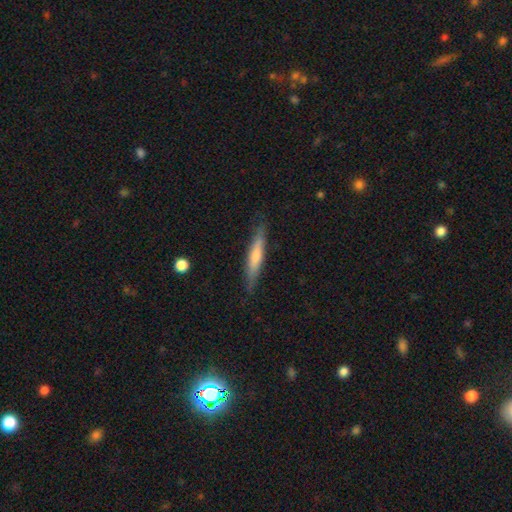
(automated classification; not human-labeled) Smooth or featured? Predicted: smooth (p=0.49). Merging? Predicted: none (p=0.86).